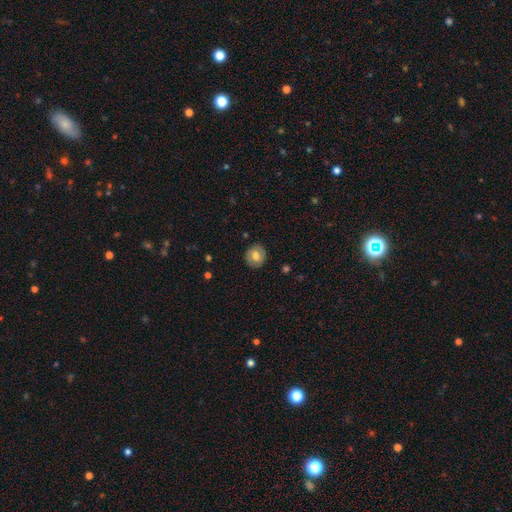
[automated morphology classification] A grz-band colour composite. It shows a smooth galaxy with no disk features (69%) that is round (79%). Merging: none (87%).